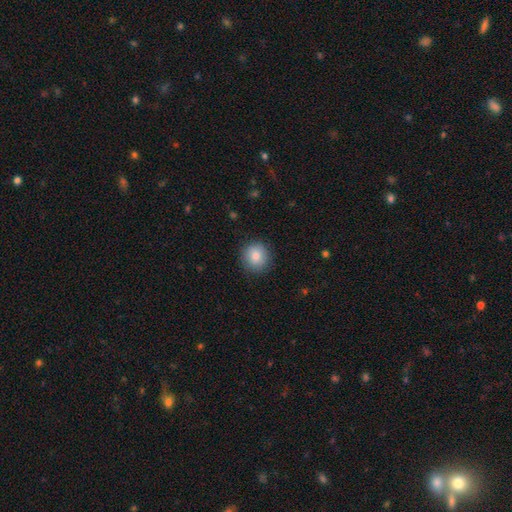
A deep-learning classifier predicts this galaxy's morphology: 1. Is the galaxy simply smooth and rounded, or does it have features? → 84% smooth, 8% star or artifact, 8% featured or disk.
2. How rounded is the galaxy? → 89% round, 10% in between, 1% cigar-shaped.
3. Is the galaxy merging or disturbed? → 87% none, 9% minor disturbance, 3% major disturbance, 1% merger.